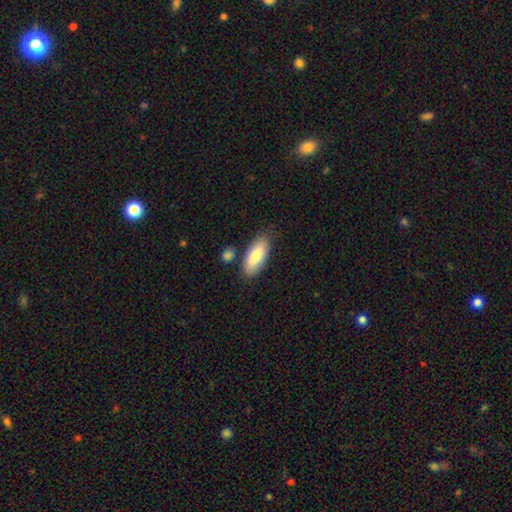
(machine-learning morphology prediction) This appears to be a smooth galaxy with no disk features (82%) that is in between round and cigar-shaped (80%). Merging: none (78%).